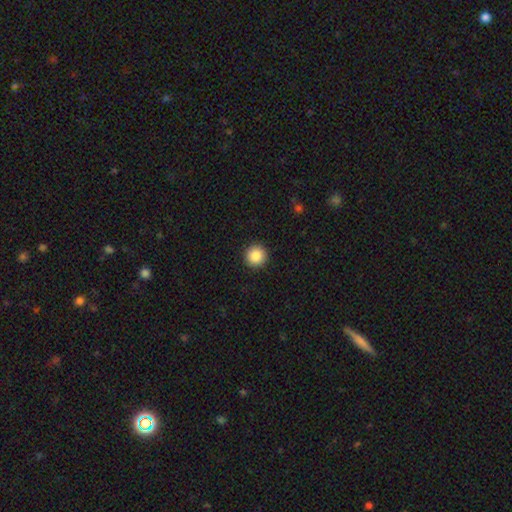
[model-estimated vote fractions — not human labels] smooth_or_featured: smooth (p=0.87) [alt: star or artifact p=0.09]
how_rounded: round (p=0.96) [alt: in between p=0.03]
merging: none (p=0.93) [alt: minor disturbance p=0.04]